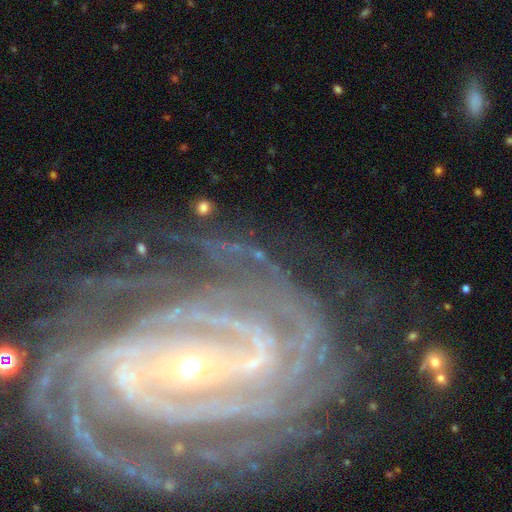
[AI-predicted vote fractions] Smooth or featured?
  - featured or disk: 84% *
  - star or artifact: 10%
  - smooth: 6%
Edge-on disk?
  - no: 95% *
  - yes: 5%
Bar?
  - strong: 41% *
  - no: 32%
  - weak: 27%
Spiral arms?
  - yes: 95% *
  - no: 5%
Spiral winding?
  - tight: 70% *
  - medium: 23%
  - loose: 7%
Spiral arm count?
  - can't tell: 24% *
  - 2: 21%
  - 3: 18%
  - 4: 14%
  - more than 4: 13%
  - 1: 10%
Bulge size?
  - small: 62% *
  - moderate: 31%
  - large: 4%
  - none: 2%
  - dominant: 2%
Merging?
  - none: 70% *
  - minor disturbance: 15%
  - major disturbance: 12%
  - merger: 3%